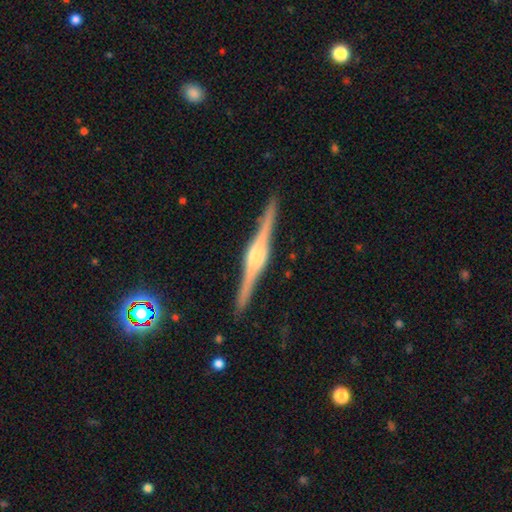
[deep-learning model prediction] Morphology: type=featured or disk (87%); edge-on=yes (98%); edge-on bulge=rounded (66%); merging=none (91%).